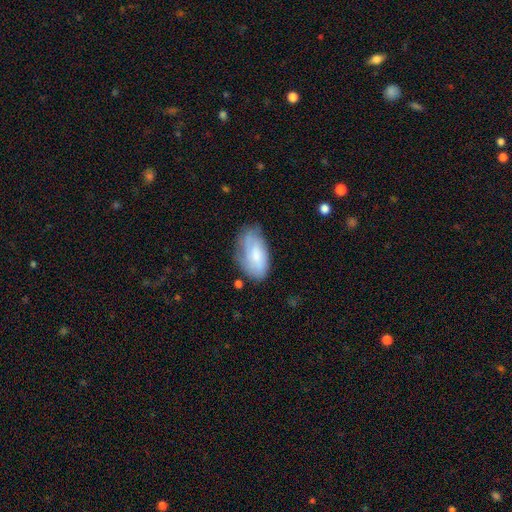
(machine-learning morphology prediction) smooth 62%, featured or disk 31%, star or artifact 7%. Down the decision tree: how rounded — in between (93%); merging — none (60%).